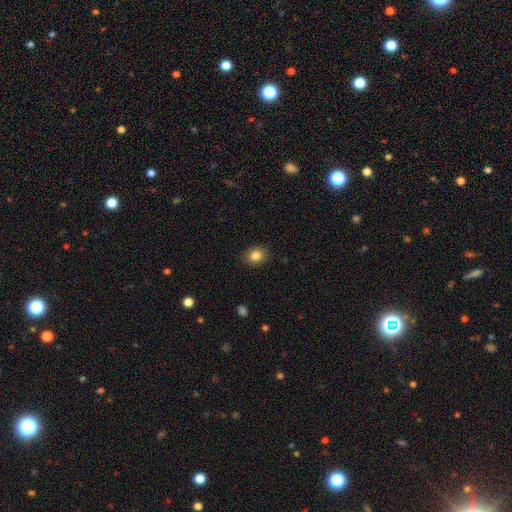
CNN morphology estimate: Smooth or featured? Predicted: smooth (p=0.84). How rounded? Predicted: round (p=0.57). Merging? Predicted: none (p=0.88).